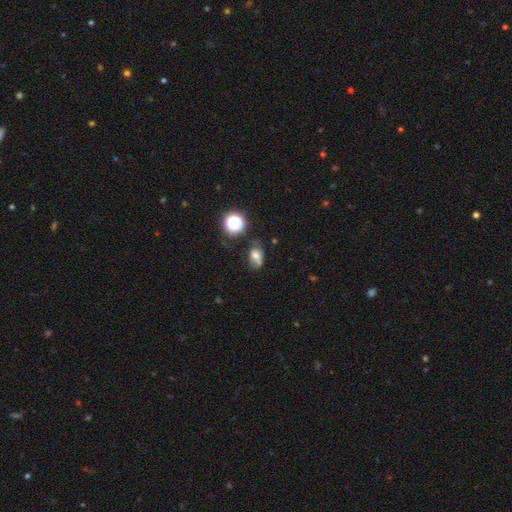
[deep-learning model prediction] smooth_or_featured: smooth (p=0.60) [alt: featured or disk p=0.23]
how_rounded: in between (p=0.78) [alt: round p=0.20]
merging: none (p=0.56) [alt: minor disturbance p=0.26]